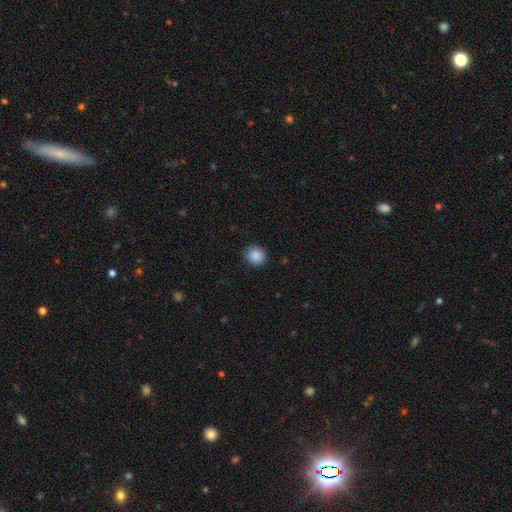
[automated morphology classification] This is clearly a smooth galaxy (88%). How rounded: clearly round (85%). Merging: clearly none (87%).